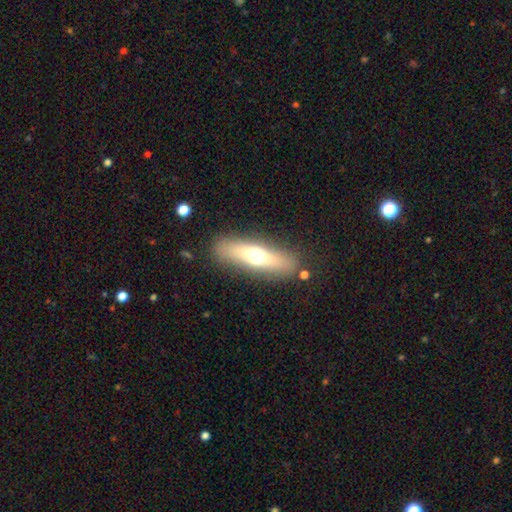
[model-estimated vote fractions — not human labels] This appears to be a smooth galaxy with no disk features (50%). Merging: none (84%).